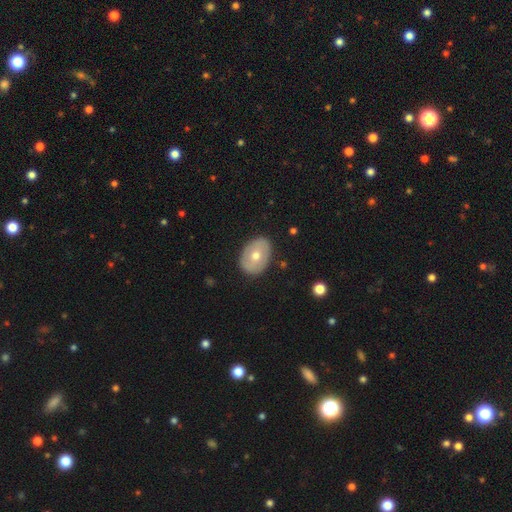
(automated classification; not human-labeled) This appears to be a smooth galaxy with no disk features (54%) that is in between round and cigar-shaped (75%). Merging: none (85%).